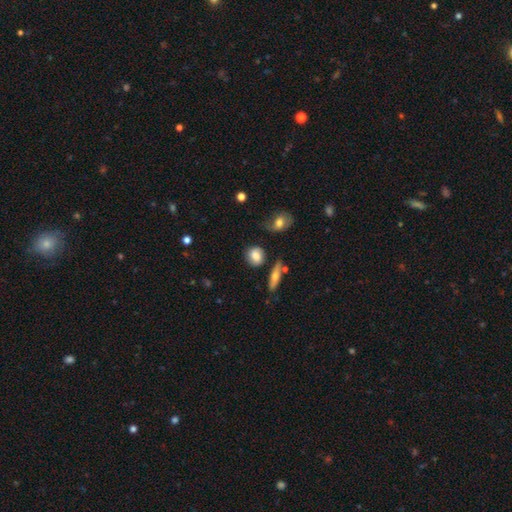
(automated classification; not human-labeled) This appears to be a smooth galaxy with no disk features (75%) that is round (67%). Merging: none (67%).